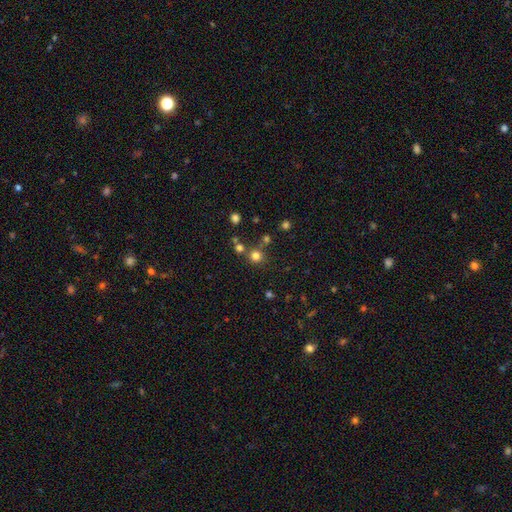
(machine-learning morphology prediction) smooth-or-featured: smooth: 75% | star or artifact: 18% | featured or disk: 7%
  how-rounded: round: 92% | in between: 7% | cigar-shaped: 1%
  merging: none: 73% | merger: 16% | minor disturbance: 8% | major disturbance: 4%